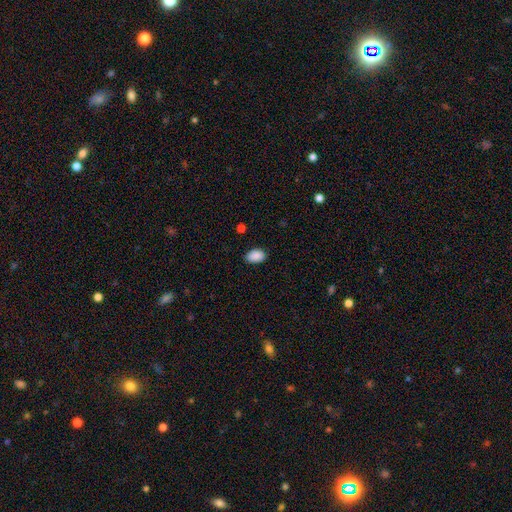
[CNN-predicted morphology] smooth 90%, star or artifact 7%, featured or disk 3%. Down the decision tree: how rounded — in between (88%); merging — none (84%).